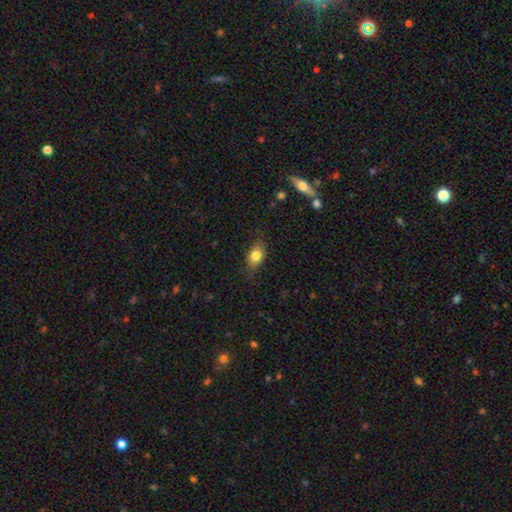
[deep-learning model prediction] Smooth or featured? smooth (80%)
How rounded? in between (82%)
Merging? none (79%)